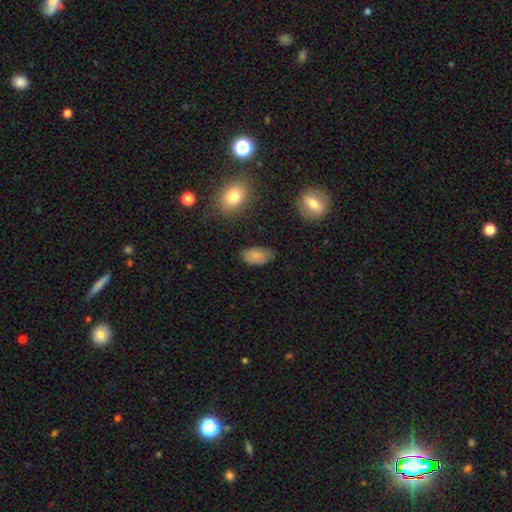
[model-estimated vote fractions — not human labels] This appears to be a smooth galaxy with no disk features (81%) that is in between round and cigar-shaped (93%). Merging: none (75%).